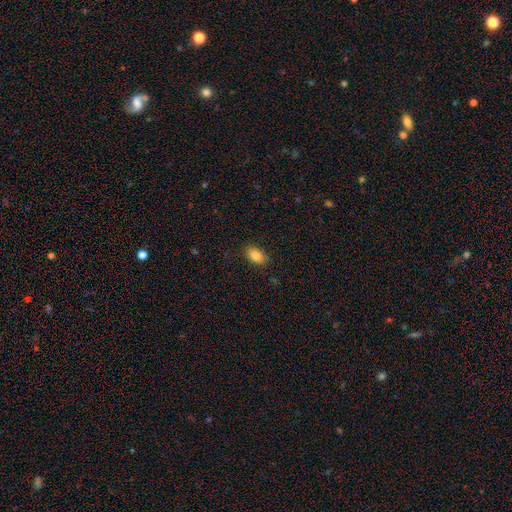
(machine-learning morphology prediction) A smooth galaxy with no disk features (85%) that is in between round and cigar-shaped (88%).

Vote fractions:
- Smooth or featured? smooth: 85% / star or artifact: 8% / featured or disk: 6%
- How rounded? in between: 88% / round: 10% / cigar-shaped: 2%
- Merging? none: 86% / minor disturbance: 10% / major disturbance: 2% / merger: 1%